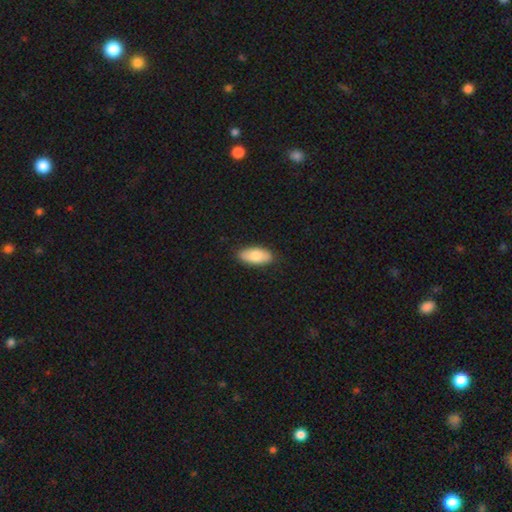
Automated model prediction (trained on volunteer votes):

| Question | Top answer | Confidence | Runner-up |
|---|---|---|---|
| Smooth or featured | smooth | 80% | featured or disk (15%) |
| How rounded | in between | 90% | cigar-shaped (8%) |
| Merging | none | 87% | minor disturbance (10%) |